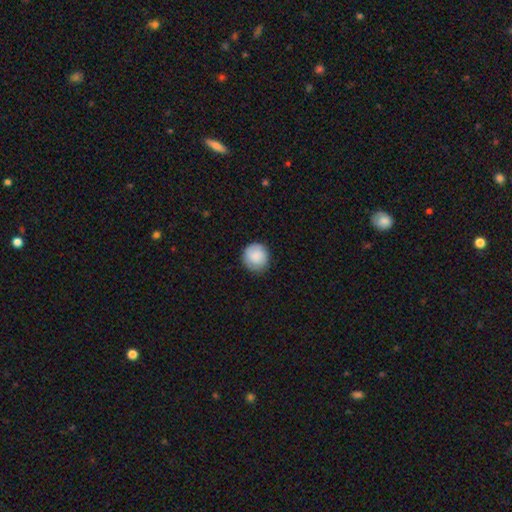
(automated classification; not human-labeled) Q: Smooth or featured?
A: smooth (86%); runner-up: featured or disk (8%)
Q: How rounded?
A: round (93%); runner-up: in between (6%)
Q: Merging?
A: none (86%); runner-up: minor disturbance (11%)